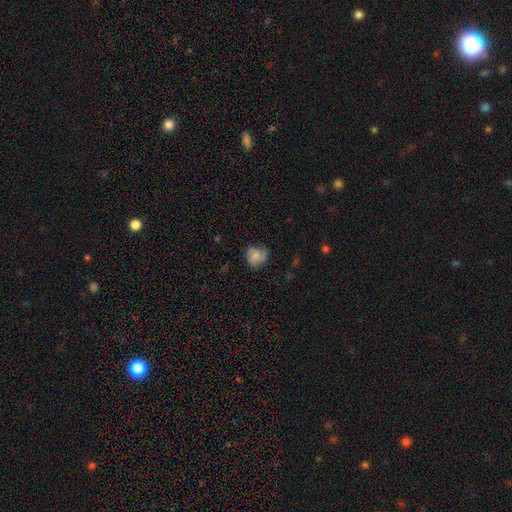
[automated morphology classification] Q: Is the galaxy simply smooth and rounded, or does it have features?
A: smooth — 63%.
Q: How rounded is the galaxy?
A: round — 76%.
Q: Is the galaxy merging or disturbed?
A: none — 62%.